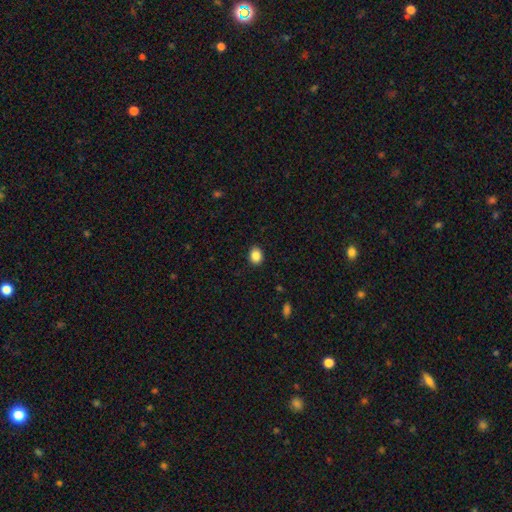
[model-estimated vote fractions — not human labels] smooth_or_featured: smooth (p=0.87) [alt: star or artifact p=0.09]
how_rounded: in between (p=0.54) [alt: round p=0.45]
merging: none (p=0.90) [alt: minor disturbance p=0.07]